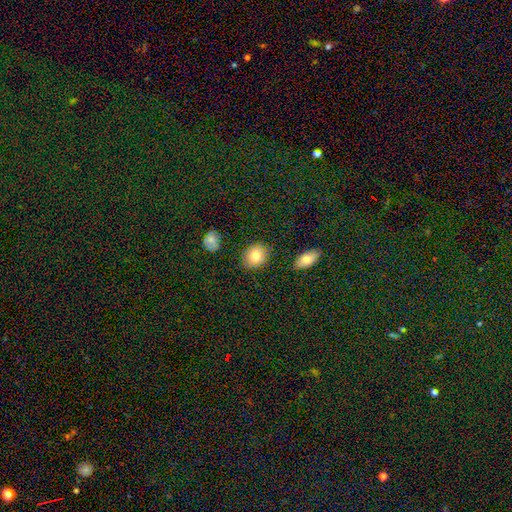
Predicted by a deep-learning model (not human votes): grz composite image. It shows a smooth galaxy with no disk features (81%) that is round (59%). Merging: none (86%).